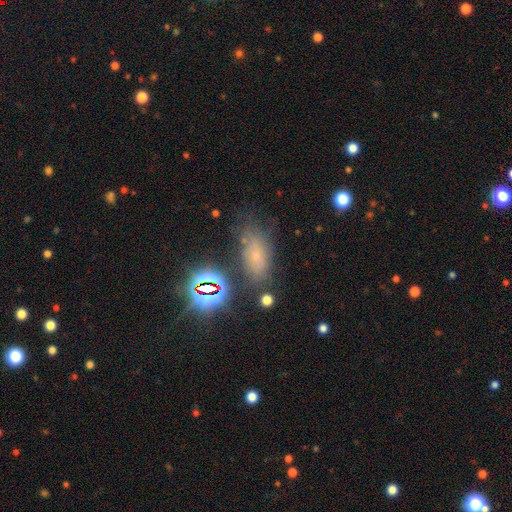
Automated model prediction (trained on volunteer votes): A smooth galaxy with no disk features (49%). Merging: none (62%).